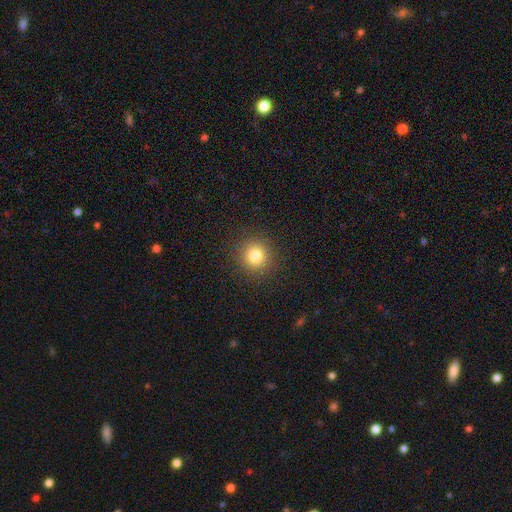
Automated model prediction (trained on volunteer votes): A smooth galaxy with no disk features (80%) that is round (94%). Merging: none (91%).